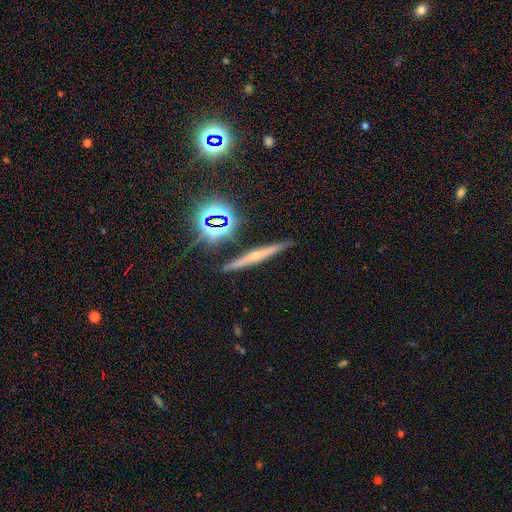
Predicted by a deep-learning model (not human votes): Smooth or featured? Predicted: featured or disk (p=0.53). Edge-on disk? Predicted: yes (p=0.95). Edge-on bulge? Predicted: rounded (p=0.67). Merging? Predicted: none (p=0.88).